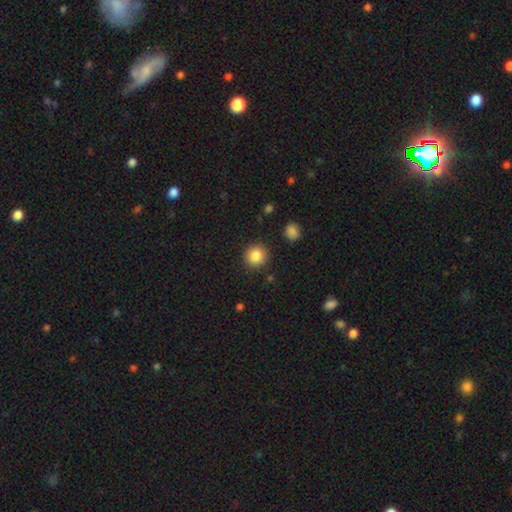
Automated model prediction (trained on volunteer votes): smooth 85%, star or artifact 10%, featured or disk 5%. Down the decision tree: how rounded — round (92%); merging — none (90%).